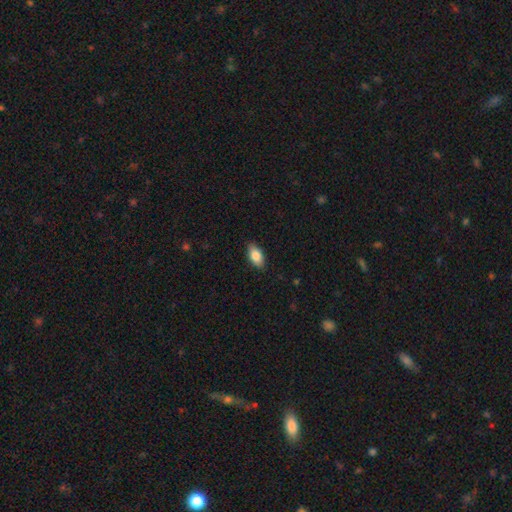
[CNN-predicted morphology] Smooth or featured: smooth — 84% (featured or disk — 9%)
How rounded: in between — 92% (cigar-shaped — 4%)
Merging: none — 88% (minor disturbance — 10%)